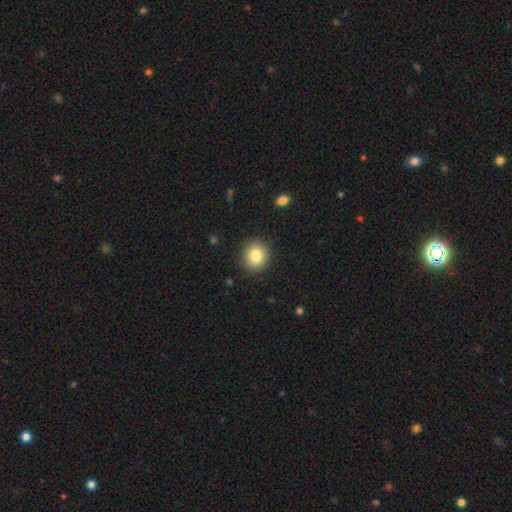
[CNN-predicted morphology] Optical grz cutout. It shows a smooth galaxy with no disk features (83%) that is round (80%). Merging: none (90%).